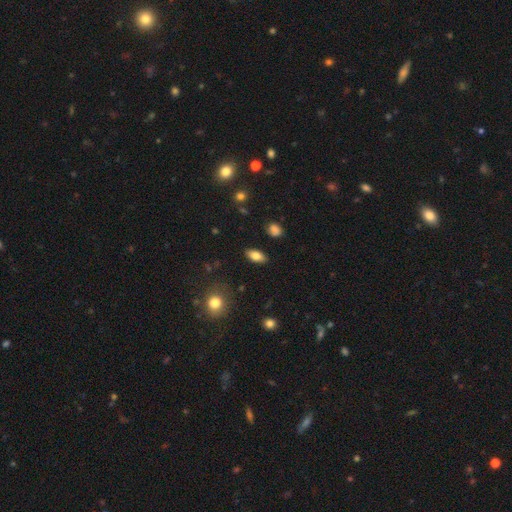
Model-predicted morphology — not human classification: Overall: smooth (80%). How rounded: in between (89%). Merging: none (87%).